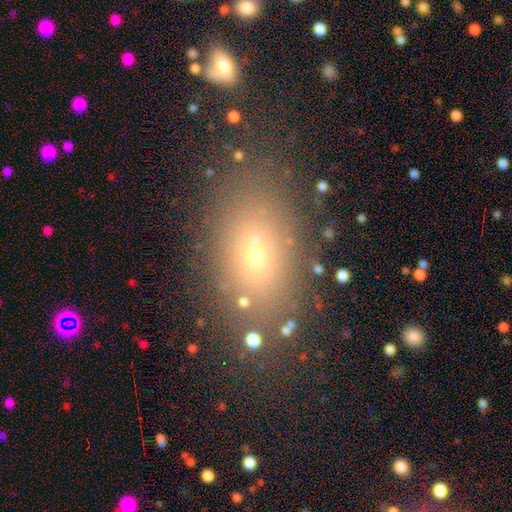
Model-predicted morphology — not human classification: Smooth or featured: smooth — 67% (star or artifact — 18%)
How rounded: in between — 82% (round — 14%)
Merging: none — 79% (minor disturbance — 12%)